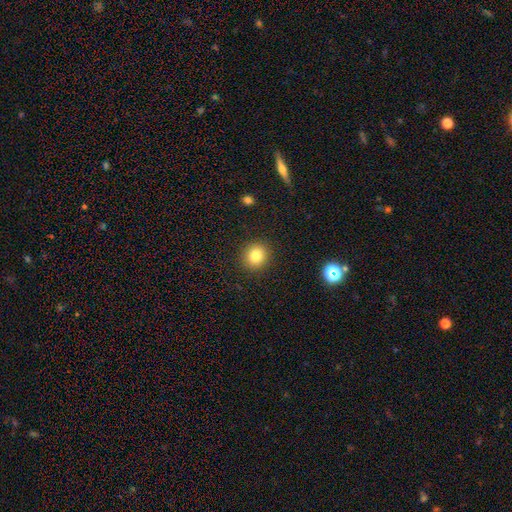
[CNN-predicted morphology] Smooth or featured? smooth (82%)
How rounded? round (86%)
Merging? none (91%)